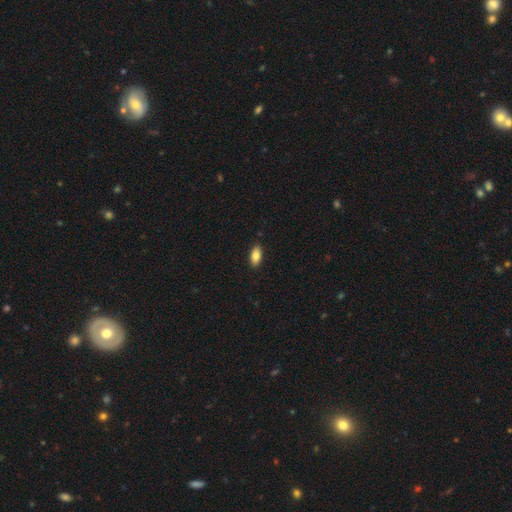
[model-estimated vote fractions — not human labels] Morphology: type=smooth (85%); roundness=in between (91%); merging=none (89%).